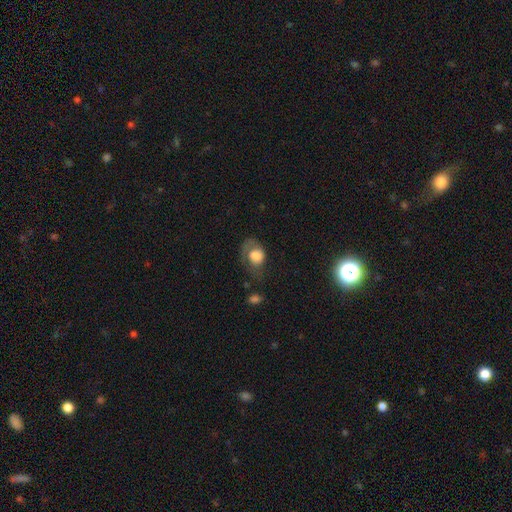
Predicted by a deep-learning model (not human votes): smooth_or_featured: smooth (p=0.64) [alt: featured or disk p=0.28]
how_rounded: in between (p=0.63) [alt: round p=0.36]
merging: major disturbance (p=0.43) [alt: none p=0.28]